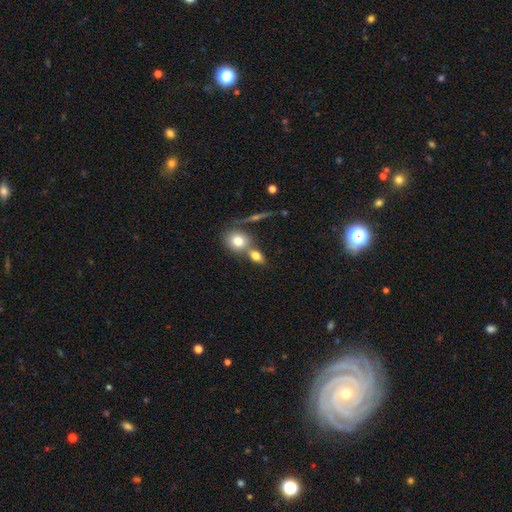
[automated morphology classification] smooth_or_featured: smooth (p=0.76) [alt: featured or disk p=0.14]
how_rounded: in between (p=0.62) [alt: round p=0.33]
merging: none (p=0.45) [alt: merger p=0.42]